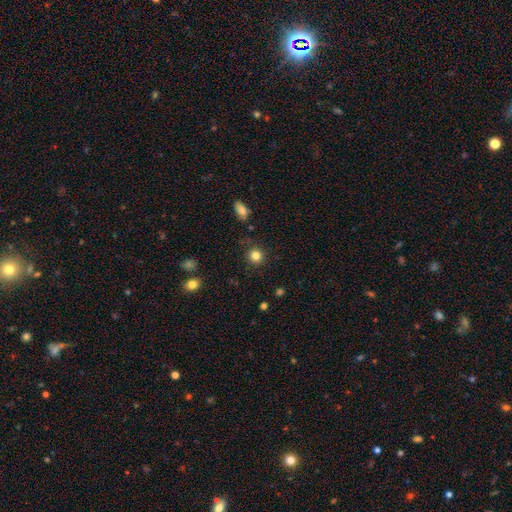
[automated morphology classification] smooth 83%, star or artifact 12%, featured or disk 5%. Down the decision tree: how rounded — round (91%); merging — none (86%).